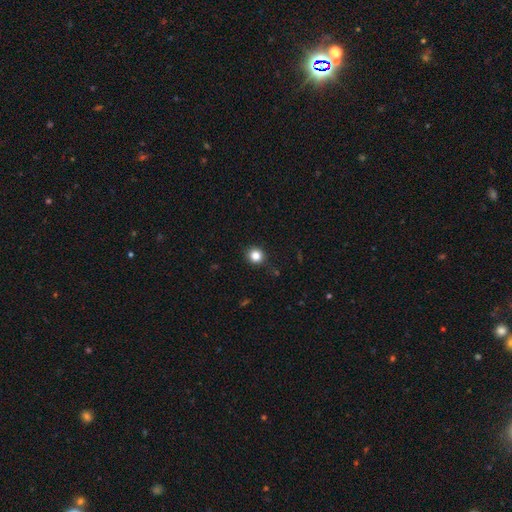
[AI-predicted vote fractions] Q: Smooth or featured?
A: smooth (83%); runner-up: star or artifact (12%)
Q: How rounded?
A: round (90%); runner-up: in between (9%)
Q: Merging?
A: none (87%); runner-up: minor disturbance (9%)